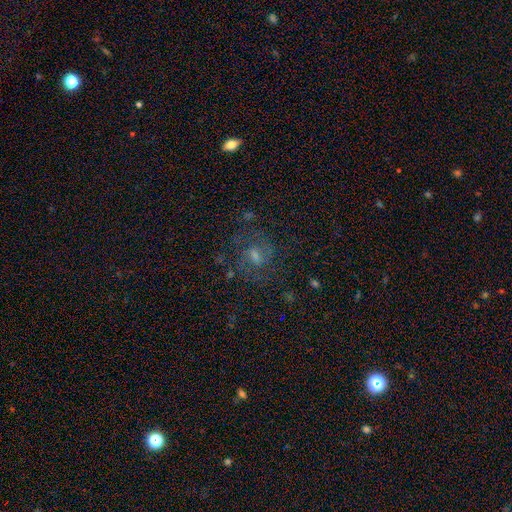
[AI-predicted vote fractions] Morphology: type=featured or disk (54%); edge-on=no (96%); bar=weak (54%); spiral arms=yes (78%); bulge=moderate (42%); merging=none (65%).